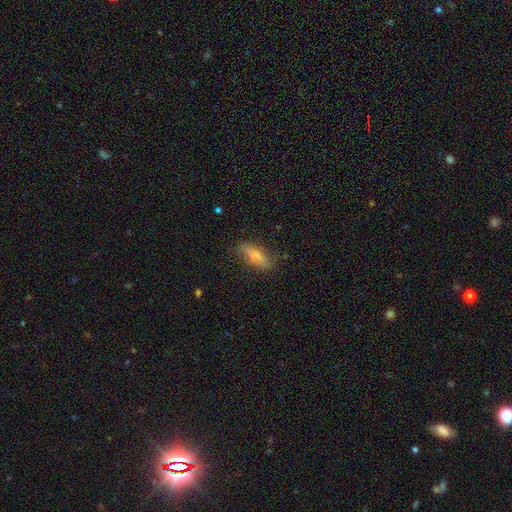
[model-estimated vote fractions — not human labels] Smooth or featured? smooth (69%)
How rounded? in between (53%)
Merging? none (66%)